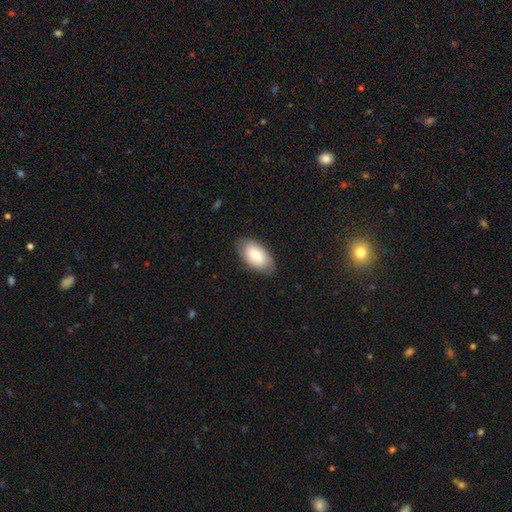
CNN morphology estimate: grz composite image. It shows a smooth galaxy with no disk features (73%) that is in between round and cigar-shaped (94%). Merging: none (81%).